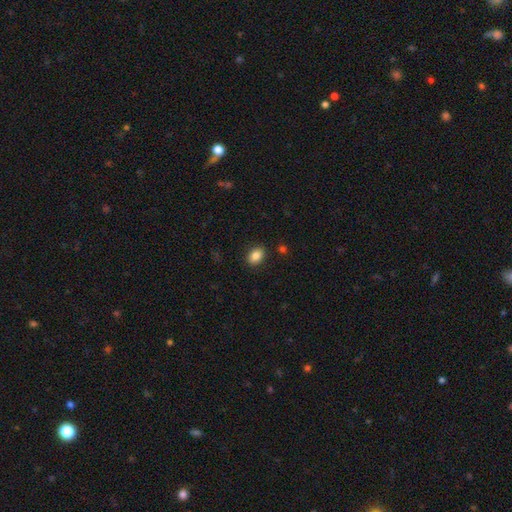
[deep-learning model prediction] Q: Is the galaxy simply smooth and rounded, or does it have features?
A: smooth — 85%.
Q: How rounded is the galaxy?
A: in between — 74%.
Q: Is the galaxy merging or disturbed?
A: none — 88%.